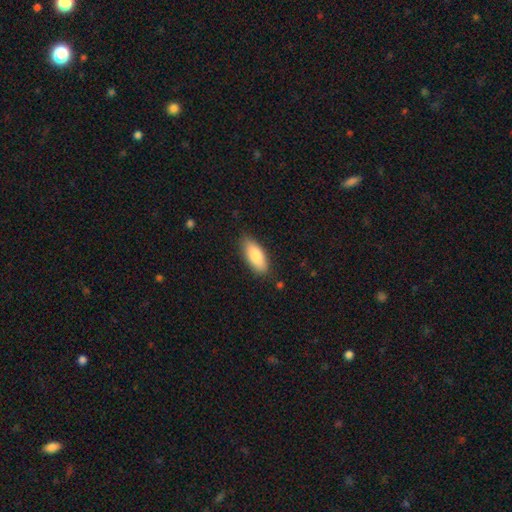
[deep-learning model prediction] Smooth or featured: smooth — 85% (featured or disk — 9%)
How rounded: in between — 80% (cigar-shaped — 18%)
Merging: none — 83% (minor disturbance — 14%)